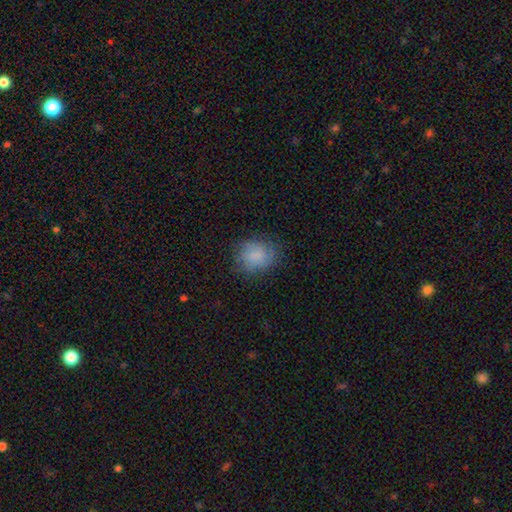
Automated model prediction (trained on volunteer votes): This is likely a smooth galaxy (76%). How rounded: likely round (66%). Merging: likely none (72%).